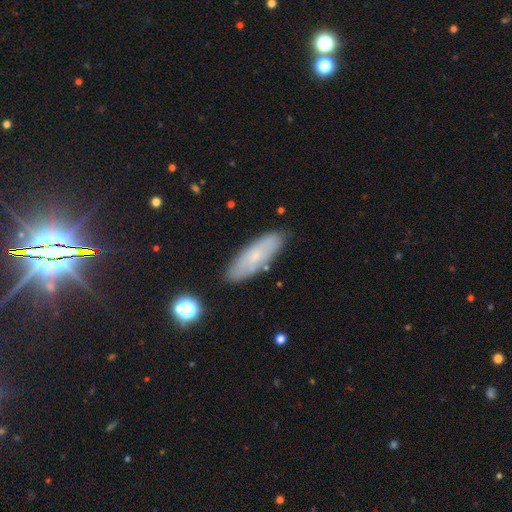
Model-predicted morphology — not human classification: Smooth or featured?
  - smooth: 63% *
  - featured or disk: 29%
  - star or artifact: 8%
How rounded?
  - in between: 53% *
  - cigar-shaped: 45%
  - round: 2%
Merging?
  - none: 83% *
  - minor disturbance: 12%
  - major disturbance: 2%
  - merger: 2%